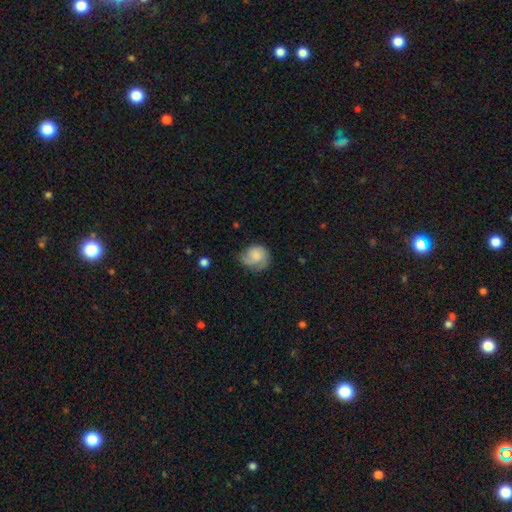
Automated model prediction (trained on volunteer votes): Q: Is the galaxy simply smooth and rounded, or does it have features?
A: smooth — 59%.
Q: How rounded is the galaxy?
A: round — 68%.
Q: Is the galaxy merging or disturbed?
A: none — 53%.